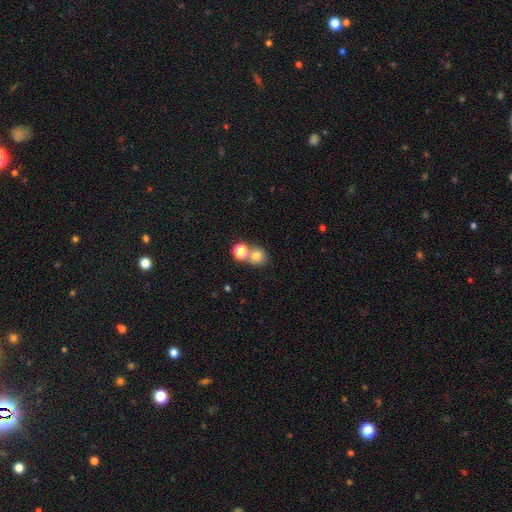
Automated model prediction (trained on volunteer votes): smooth_or_featured: smooth (p=0.77) [alt: star or artifact p=0.13]
how_rounded: round (p=0.82) [alt: in between p=0.17]
merging: none (p=0.50) [alt: merger p=0.39]